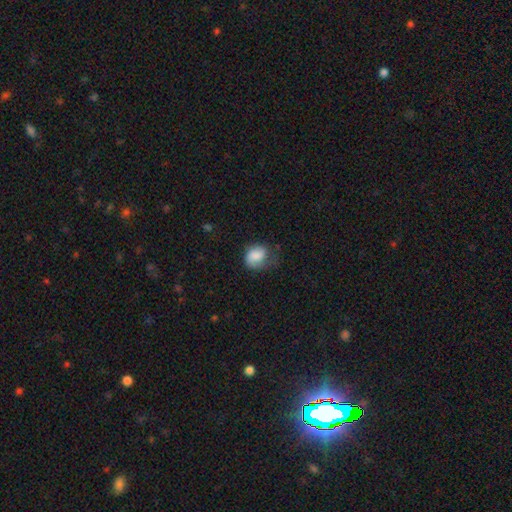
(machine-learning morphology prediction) Smooth or featured? Predicted: smooth (p=0.78). How rounded? Predicted: in between (p=0.53). Merging? Predicted: none (p=0.41).